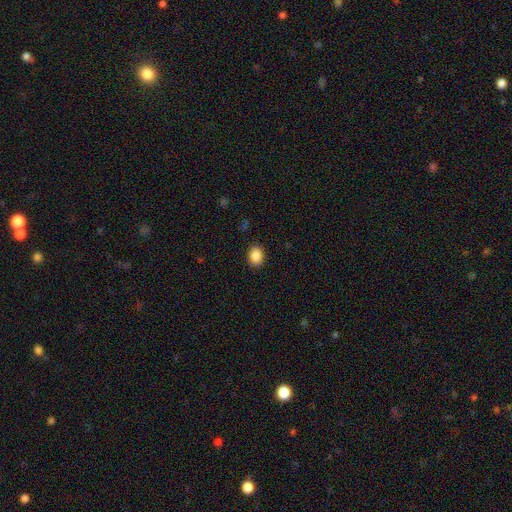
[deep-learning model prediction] smooth 88%, star or artifact 8%, featured or disk 3%. Down the decision tree: how rounded — in between (63%); merging — none (89%).